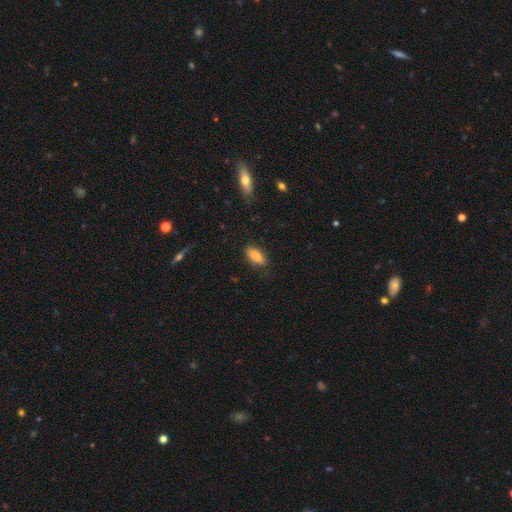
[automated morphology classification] Smooth or featured? smooth (83%)
How rounded? in between (86%)
Merging? none (84%)